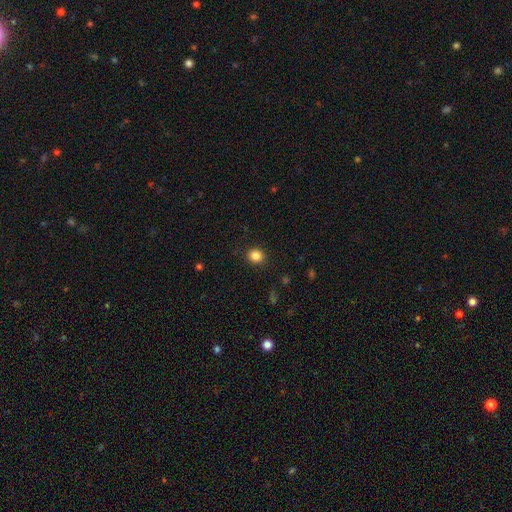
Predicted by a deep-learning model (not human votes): A smooth galaxy with no disk features (85%) that is round (76%).

Vote fractions:
- Smooth or featured? smooth: 85% / star or artifact: 11% / featured or disk: 4%
- How rounded? round: 76% / in between: 23% / cigar-shaped: 1%
- Merging? none: 89% / minor disturbance: 7% / major disturbance: 3% / merger: 1%